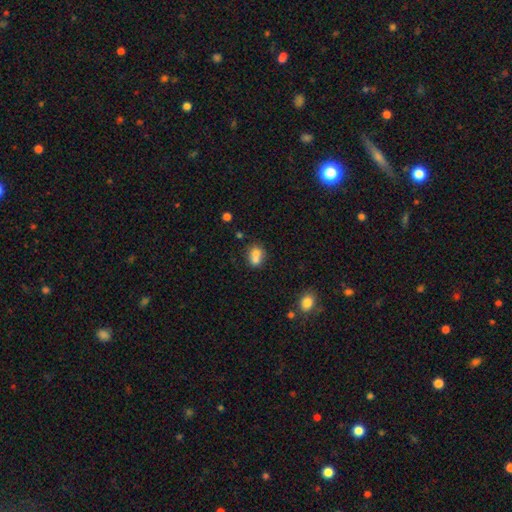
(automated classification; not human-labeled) A smooth galaxy with no disk features (72%) that is round (55%).

Vote fractions:
- Smooth or featured? smooth: 72% / featured or disk: 17% / star or artifact: 11%
- How rounded? round: 55% / in between: 44% / cigar-shaped: 1%
- Merging? merger: 57% / none: 30% / minor disturbance: 9% / major disturbance: 4%